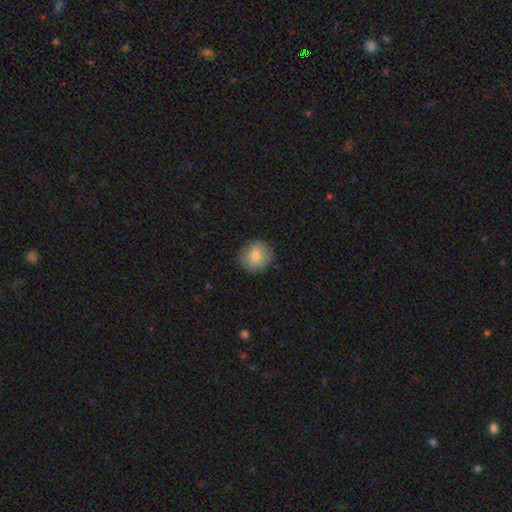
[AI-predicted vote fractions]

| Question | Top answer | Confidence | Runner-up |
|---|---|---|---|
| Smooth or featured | smooth | 82% | featured or disk (10%) |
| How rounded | round | 88% | in between (11%) |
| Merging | none | 88% | minor disturbance (9%) |